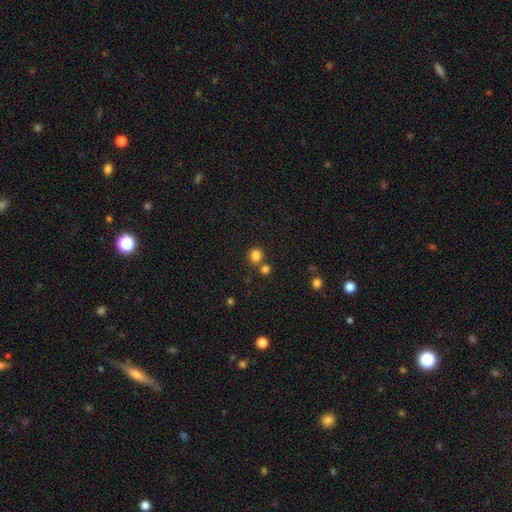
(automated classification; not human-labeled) Smooth or featured? smooth (80%)
How rounded? round (70%)
Merging? none (60%)